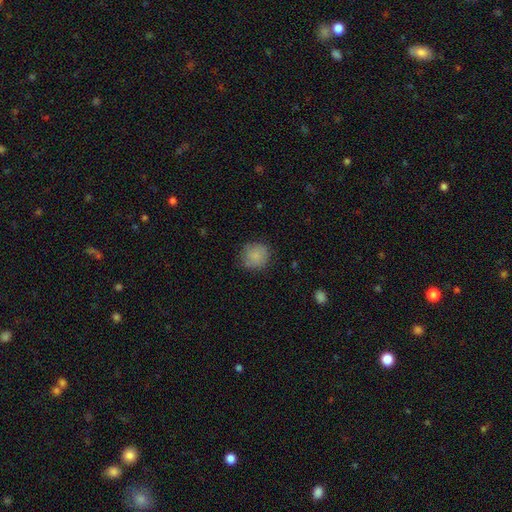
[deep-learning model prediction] Smooth or featured? smooth (85%)
How rounded? round (90%)
Merging? none (81%)